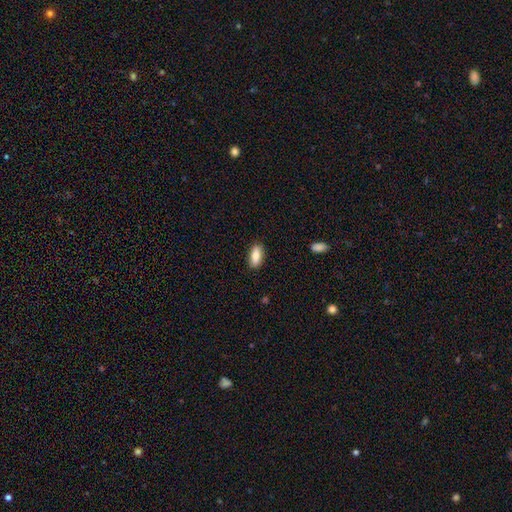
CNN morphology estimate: smooth-or-featured: smooth: 80% | featured or disk: 14% | star or artifact: 7%
  how-rounded: in between: 81% | cigar-shaped: 17% | round: 3%
  merging: none: 86% | minor disturbance: 11% | major disturbance: 2% | merger: 1%